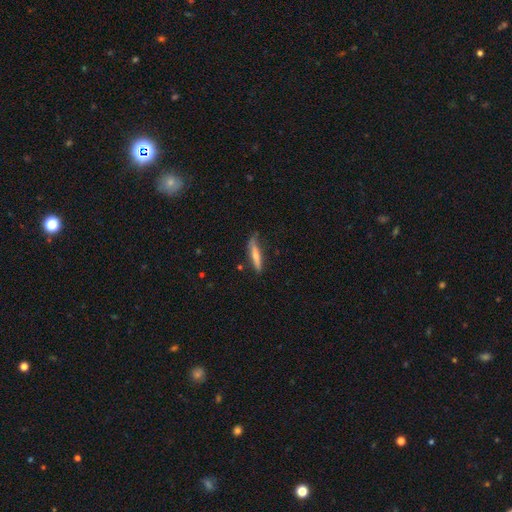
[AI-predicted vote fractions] Smooth or featured? Predicted: smooth (p=0.53). How rounded? Predicted: cigar-shaped (p=0.89). Merging? Predicted: none (p=0.70).